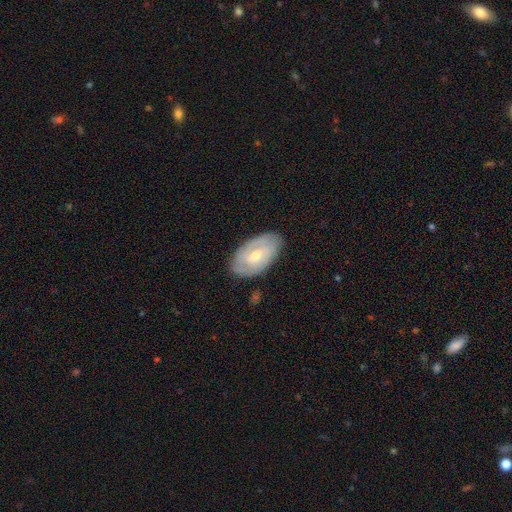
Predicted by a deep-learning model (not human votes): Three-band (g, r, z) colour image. It shows a featured or disk galaxy (60%) with a weak bar (46%), spiral arms (70%) and a moderate central bulge (55%). Merging: none (79%).